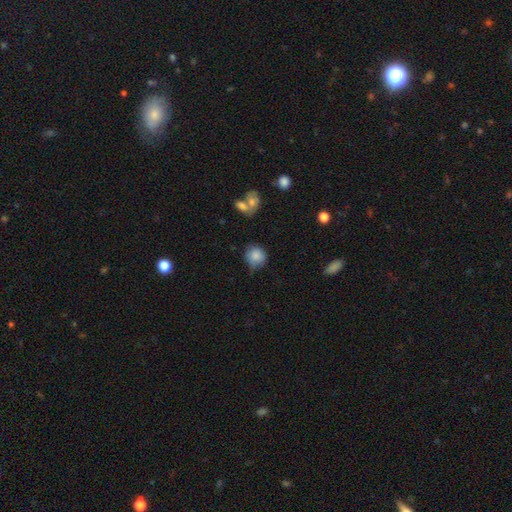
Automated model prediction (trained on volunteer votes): A smooth galaxy with no disk features (83%) that is round (85%). Merging: none (57%).